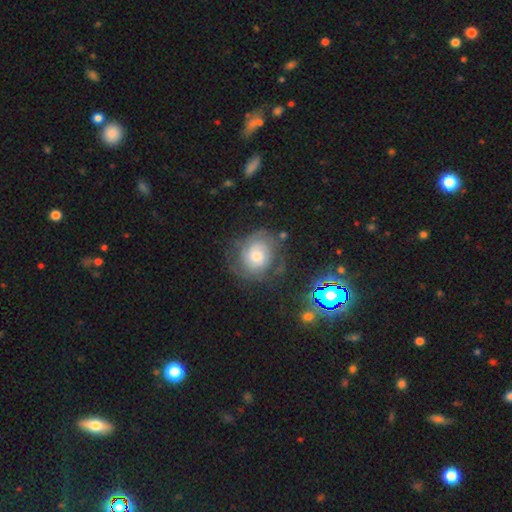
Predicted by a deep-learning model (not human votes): This is likely a featured or disk galaxy (61%). It is clearly not viewed edge-on (97%). Bar: likely no (73%). Spiral arm pattern: clearly yes (84%). Spiral arm count: marginally can't tell (43%). Spiral winding: possibly tight (59%). Central bulge: possibly moderate (56%). Merging: likely none (67%).